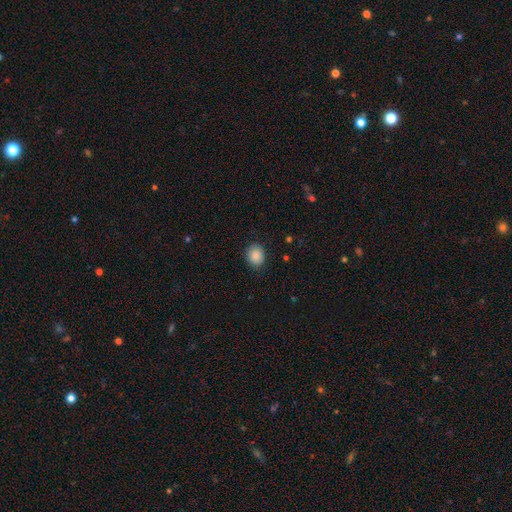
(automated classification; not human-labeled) smooth-or-featured: smooth: 87% | star or artifact: 9% | featured or disk: 4%
  how-rounded: round: 63% | in between: 36% | cigar-shaped: 1%
  merging: none: 86% | minor disturbance: 11% | major disturbance: 3% | merger: 1%